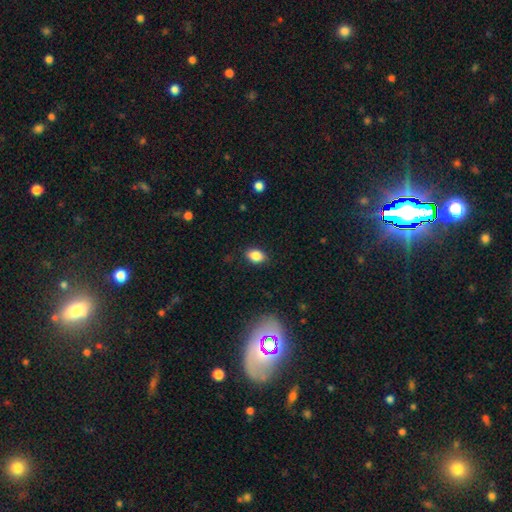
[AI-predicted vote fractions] Smooth or featured? Predicted: smooth (p=0.86). How rounded? Predicted: in between (p=0.80). Merging? Predicted: none (p=0.86).